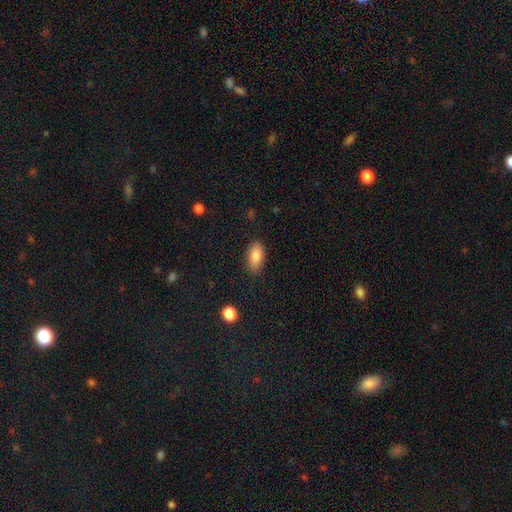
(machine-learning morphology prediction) Smooth or featured? Predicted: smooth (p=0.85). How rounded? Predicted: in between (p=0.90). Merging? Predicted: none (p=0.86).